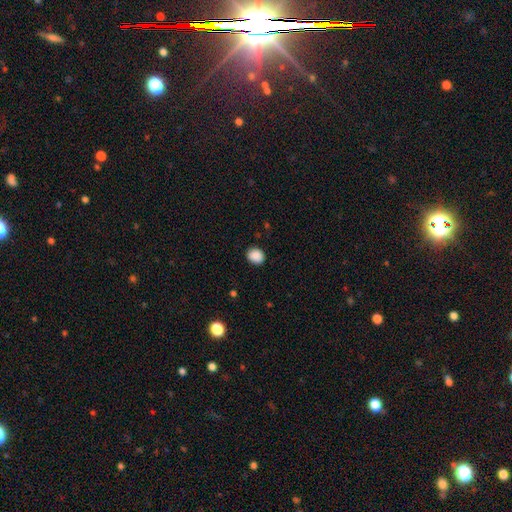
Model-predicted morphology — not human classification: smooth 89%, star or artifact 9%, featured or disk 3%. Down the decision tree: how rounded — round (65%); merging — none (88%).